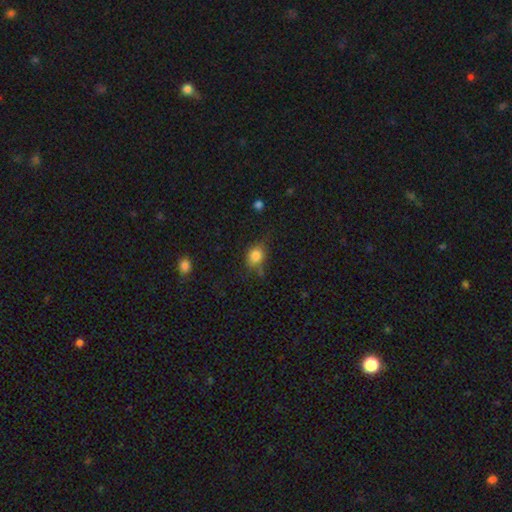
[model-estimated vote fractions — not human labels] A smooth galaxy with no disk features (81%) that is round (51%). Merging: none (60%).